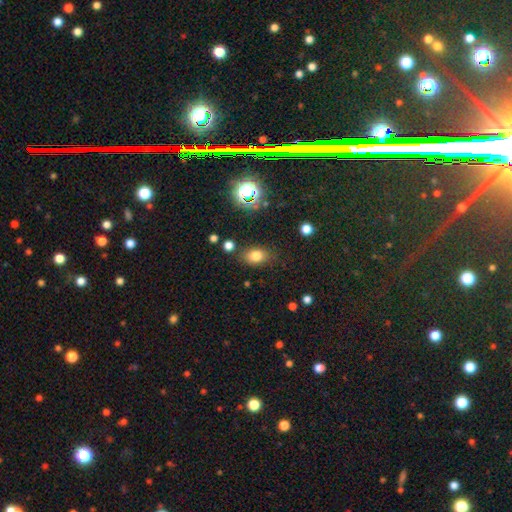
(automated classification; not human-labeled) Smooth or featured?
  - smooth: 77% *
  - star or artifact: 14%
  - featured or disk: 9%
How rounded?
  - in between: 75% *
  - round: 23%
  - cigar-shaped: 2%
Merging?
  - none: 78% *
  - minor disturbance: 14%
  - major disturbance: 4%
  - merger: 3%